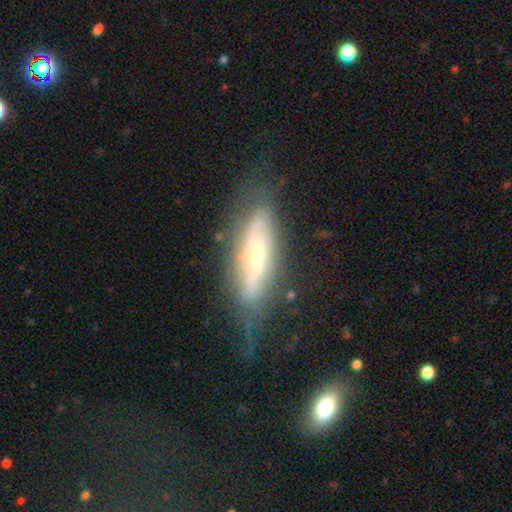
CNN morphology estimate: Smooth or featured?
  - featured or disk: 67% *
  - smooth: 26%
  - star or artifact: 7%
Edge-on disk?
  - no: 53% *
  - yes: 47%
Merging?
  - none: 56% *
  - minor disturbance: 28%
  - major disturbance: 13%
  - merger: 3%